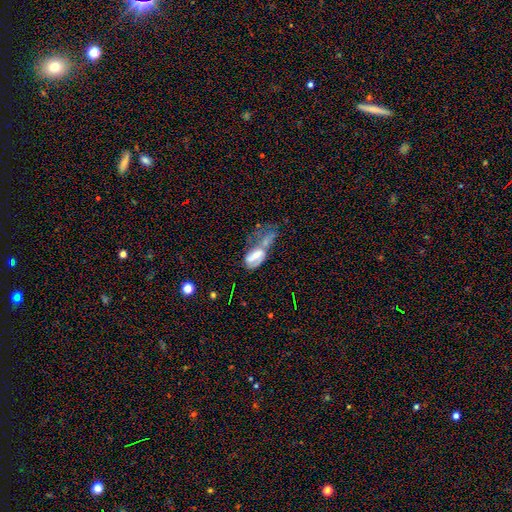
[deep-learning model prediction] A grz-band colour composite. It shows a featured or disk galaxy (53%). Merging: major disturbance (39%).